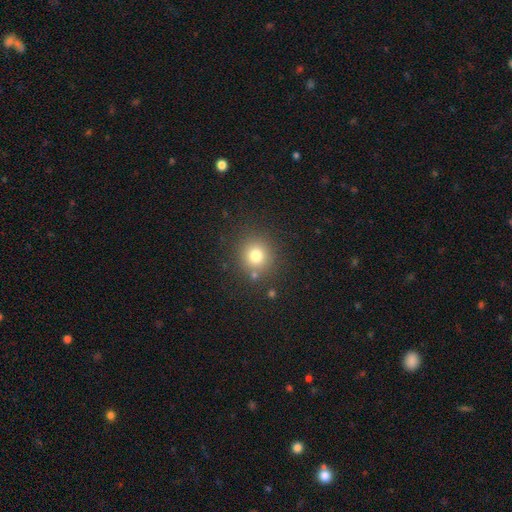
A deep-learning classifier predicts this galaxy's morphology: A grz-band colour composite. It shows a smooth galaxy with no disk features (78%) that is round (90%). Merging: none (84%).